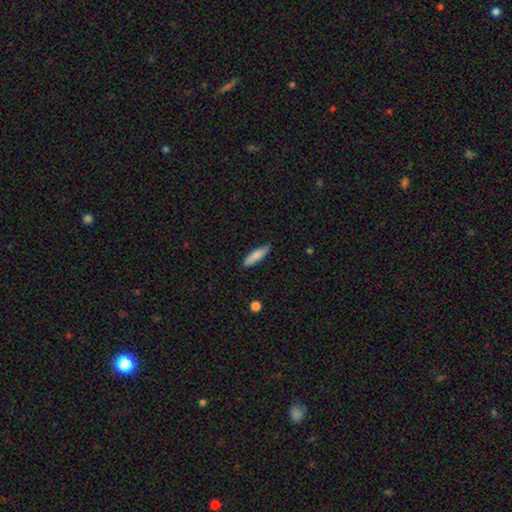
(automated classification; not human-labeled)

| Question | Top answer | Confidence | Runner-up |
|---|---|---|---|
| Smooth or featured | smooth | 83% | featured or disk (11%) |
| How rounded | cigar-shaped | 68% | in between (31%) |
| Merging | none | 85% | minor disturbance (12%) |